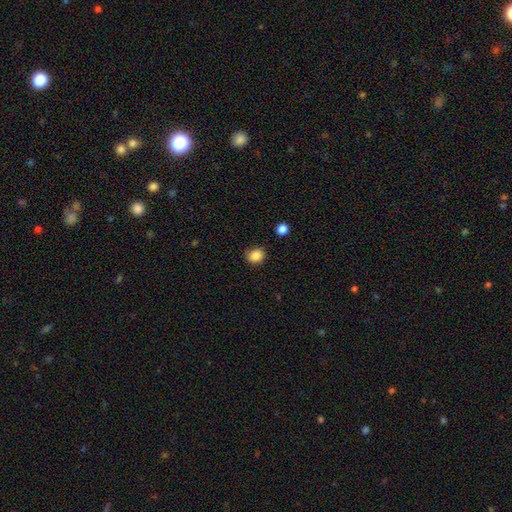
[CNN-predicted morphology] Q: Smooth or featured?
A: smooth (86%); runner-up: star or artifact (10%)
Q: How rounded?
A: round (73%); runner-up: in between (26%)
Q: Merging?
A: none (80%); runner-up: minor disturbance (15%)